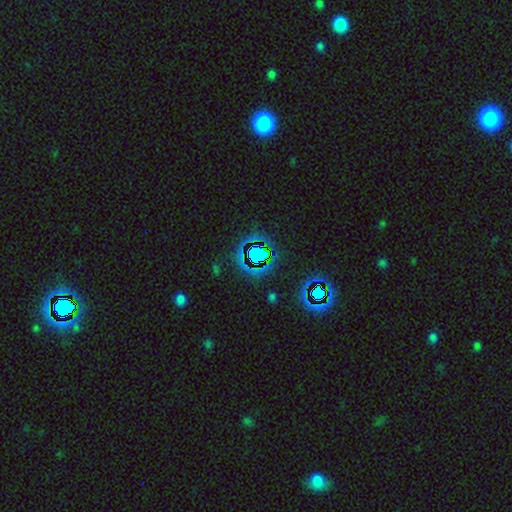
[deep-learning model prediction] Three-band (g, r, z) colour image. It shows a star or artifact, not a galaxy (74%).